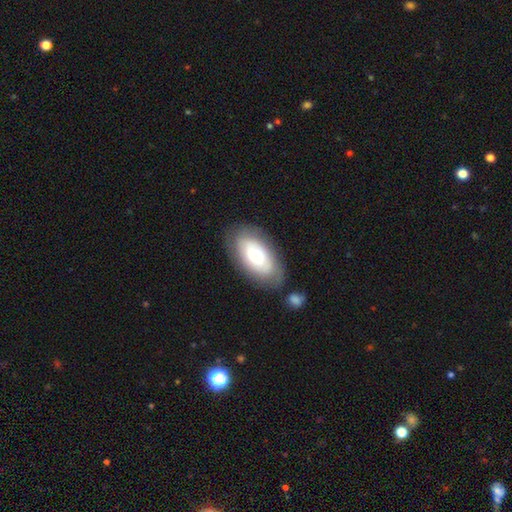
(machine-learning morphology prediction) A smooth galaxy with no disk features (51%) that is in between round and cigar-shaped (93%).

Vote fractions:
- Smooth or featured? smooth: 51% / featured or disk: 43% / star or artifact: 6%
- How rounded? in between: 93% / round: 4% / cigar-shaped: 4%
- Merging? none: 74% / minor disturbance: 16% / major disturbance: 5% / merger: 5%